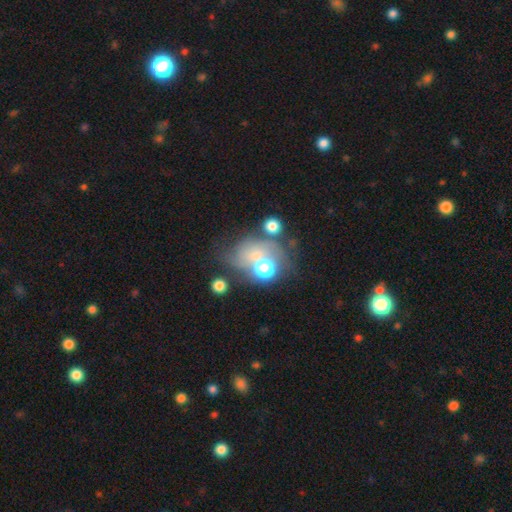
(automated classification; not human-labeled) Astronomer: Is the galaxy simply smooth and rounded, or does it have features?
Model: smooth — 44% (runner-up: featured or disk, 36%).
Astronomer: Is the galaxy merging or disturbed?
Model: none — 32% (runner-up: merger, 29%).